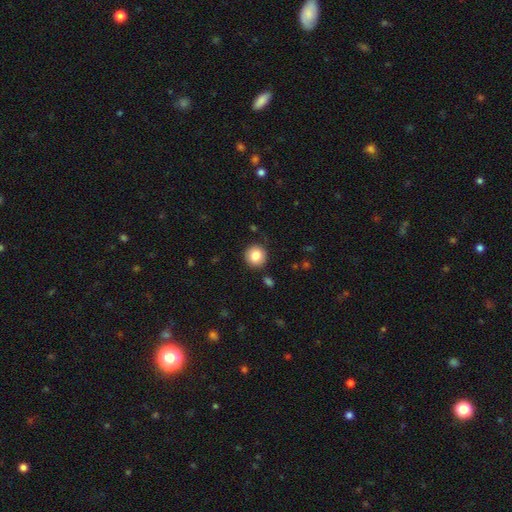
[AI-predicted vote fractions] Overall: smooth (84%). How rounded: round (92%). Merging: none (89%).